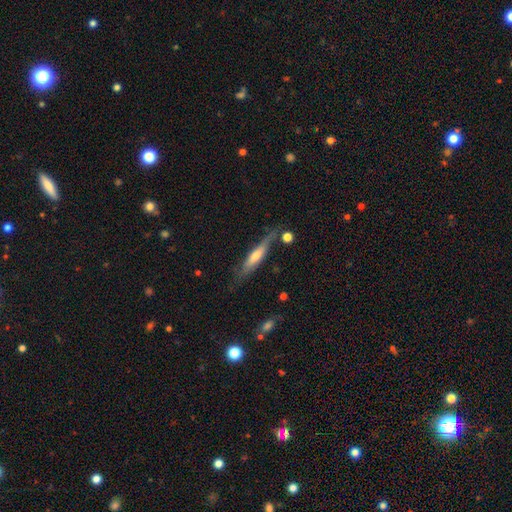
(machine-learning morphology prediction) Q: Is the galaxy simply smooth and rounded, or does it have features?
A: featured or disk — 56%.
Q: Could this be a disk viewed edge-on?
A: yes — 87%.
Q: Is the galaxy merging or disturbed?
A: none — 66%.